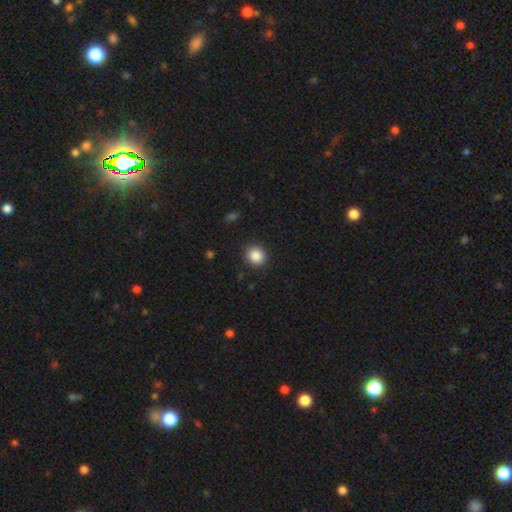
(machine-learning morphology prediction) This appears to be a smooth galaxy with no disk features (87%) that is round (85%). Merging: none (89%).